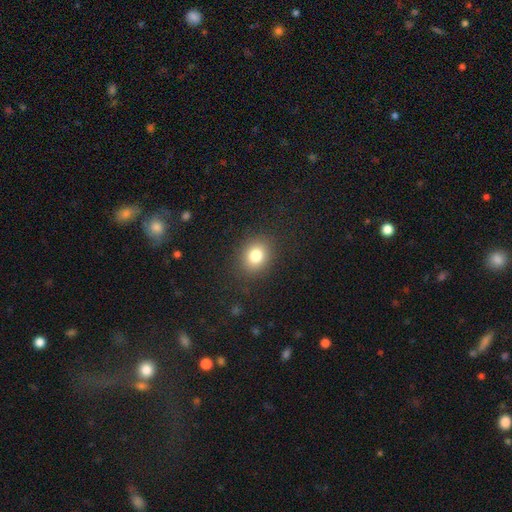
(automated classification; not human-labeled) smooth-or-featured: smooth: 80% | star or artifact: 11% | featured or disk: 8%
  how-rounded: round: 59% | in between: 40% | cigar-shaped: 1%
  merging: none: 87% | minor disturbance: 8% | major disturbance: 4% | merger: 1%